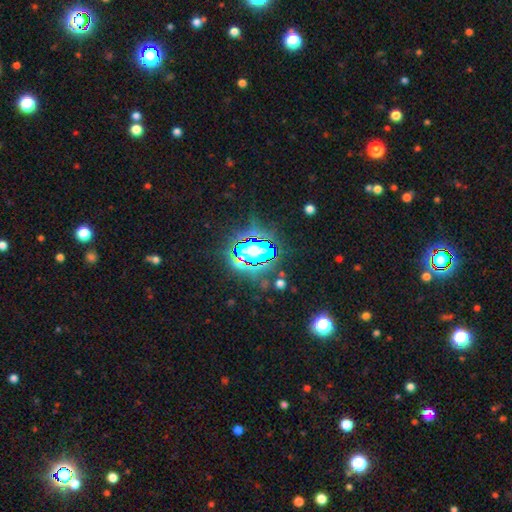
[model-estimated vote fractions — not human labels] This is likely a star or artifact rather than a galaxy (71%).